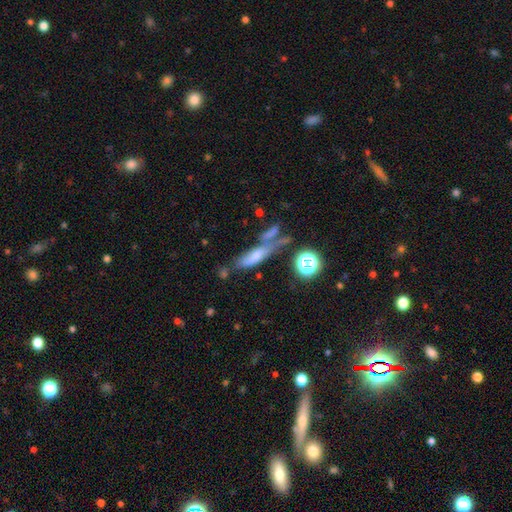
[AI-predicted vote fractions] The model was most divided on "how rounded": cigar-shaped: 49%, in between: 44%, round: 7%. Remaining: smooth or featured — smooth (59%); merging — none (40%).